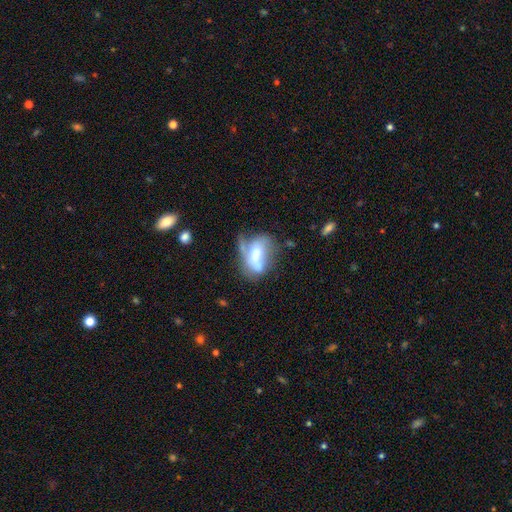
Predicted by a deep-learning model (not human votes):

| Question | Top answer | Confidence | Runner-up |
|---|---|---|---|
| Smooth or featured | smooth | 48% | featured or disk (43%) |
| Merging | major disturbance | 30% | none (27%) |